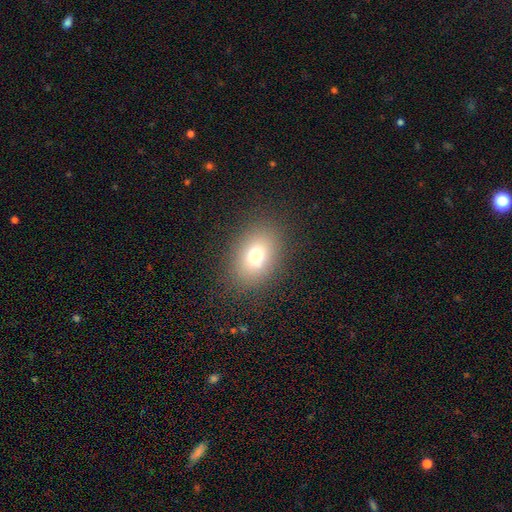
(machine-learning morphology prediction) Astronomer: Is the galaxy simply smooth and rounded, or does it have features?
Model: smooth — 71%.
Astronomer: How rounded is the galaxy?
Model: in between — 68%.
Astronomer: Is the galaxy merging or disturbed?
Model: none — 84%.